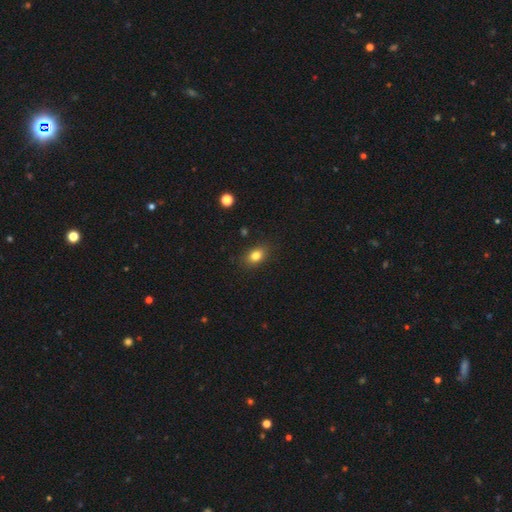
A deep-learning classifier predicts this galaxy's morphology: Smooth or featured?
  - smooth: 82% *
  - star or artifact: 10%
  - featured or disk: 7%
How rounded?
  - in between: 75% *
  - round: 23%
  - cigar-shaped: 2%
Merging?
  - none: 85% *
  - minor disturbance: 11%
  - major disturbance: 3%
  - merger: 1%